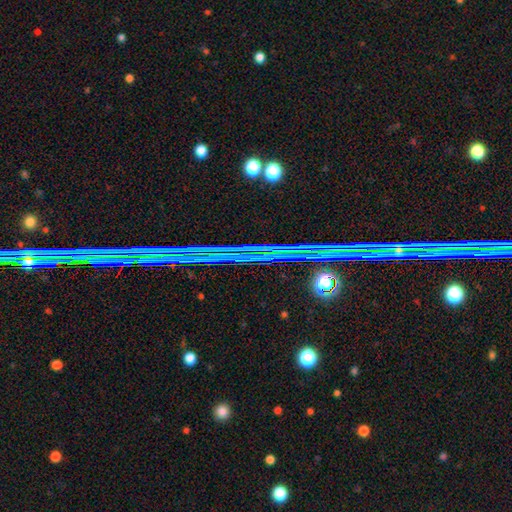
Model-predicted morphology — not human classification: smooth-or-featured: star or artifact: 84% | featured or disk: 9% | smooth: 7%